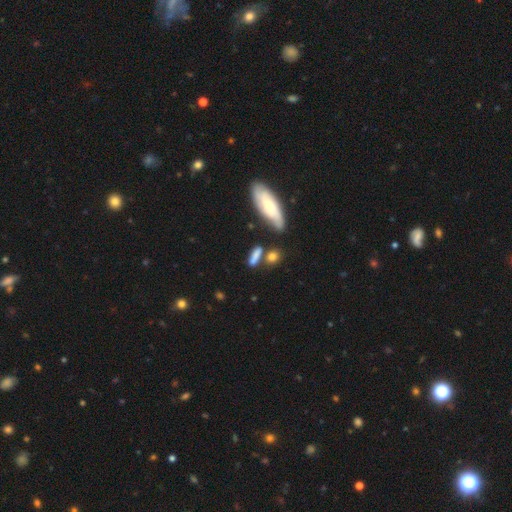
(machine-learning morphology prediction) Smooth or featured? Predicted: smooth (p=0.72). How rounded? Predicted: cigar-shaped (p=0.50). Merging? Predicted: none (p=0.58).